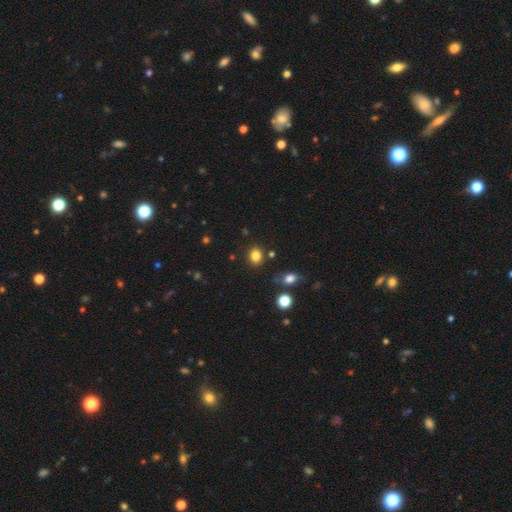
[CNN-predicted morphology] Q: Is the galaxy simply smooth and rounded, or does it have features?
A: smooth — 83%.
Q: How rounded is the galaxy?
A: round — 62%.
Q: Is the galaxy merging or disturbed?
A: none — 83%.